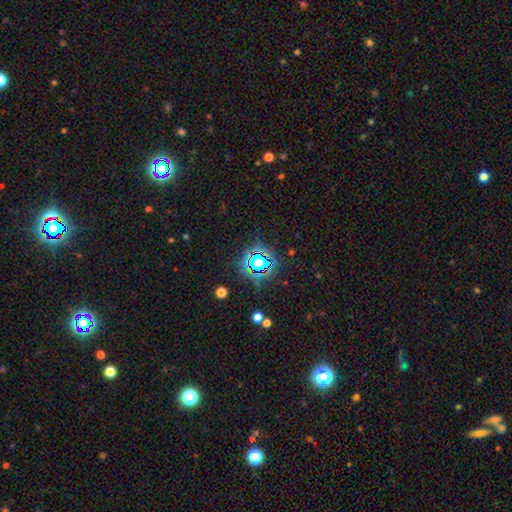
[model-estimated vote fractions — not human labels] A star or artifact, not a galaxy (71%).